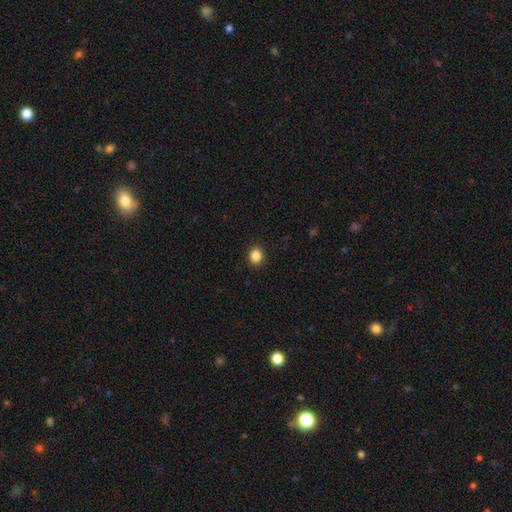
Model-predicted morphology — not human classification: A smooth galaxy with no disk features (86%) that is round (76%).

Vote fractions:
- Smooth or featured? smooth: 86% / star or artifact: 10% / featured or disk: 3%
- How rounded? round: 76% / in between: 23% / cigar-shaped: 1%
- Merging? none: 91% / minor disturbance: 6% / major disturbance: 2% / merger: 1%